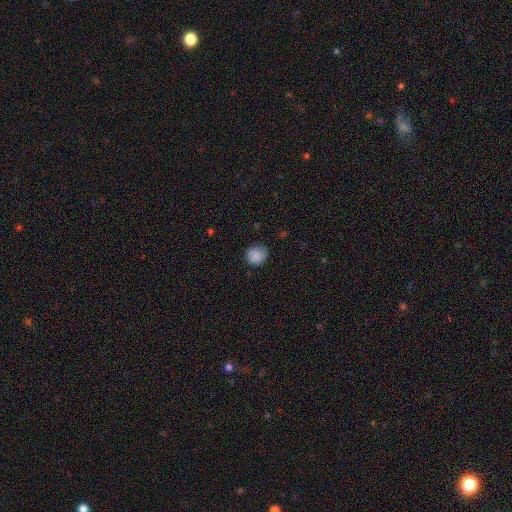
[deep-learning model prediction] Smooth or featured: smooth — 86% (star or artifact — 9%)
How rounded: round — 76% (in between — 23%)
Merging: none — 75% (minor disturbance — 20%)